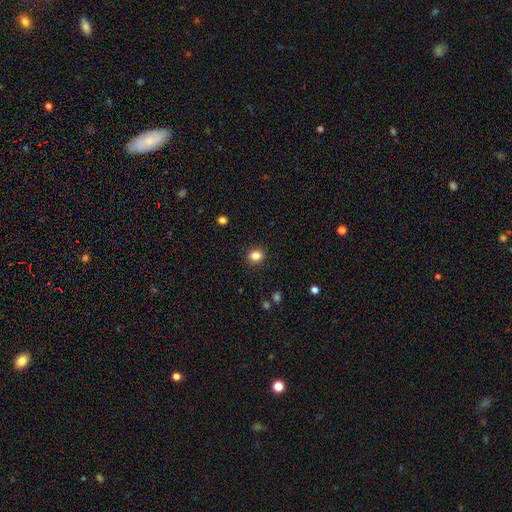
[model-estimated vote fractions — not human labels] smooth-or-featured: smooth: 84% | star or artifact: 11% | featured or disk: 5%
  how-rounded: round: 69% | in between: 30% | cigar-shaped: 1%
  merging: none: 90% | minor disturbance: 7% | major disturbance: 2% | merger: 1%